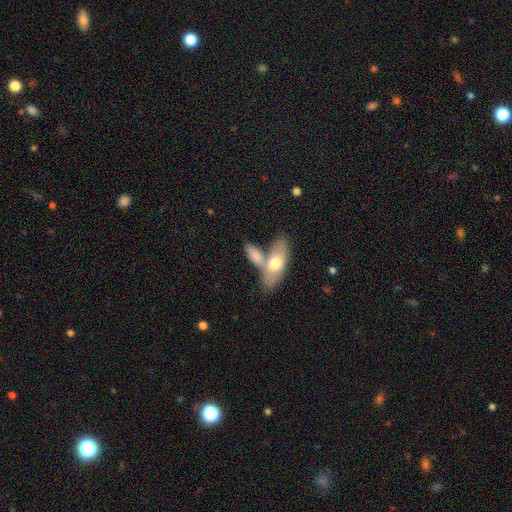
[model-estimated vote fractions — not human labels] The model was most divided on "merging": merger: 47%, none: 38%, minor disturbance: 10%, major disturbance: 4%. More confident: how rounded — in between (75%); smooth or featured — smooth (71%).